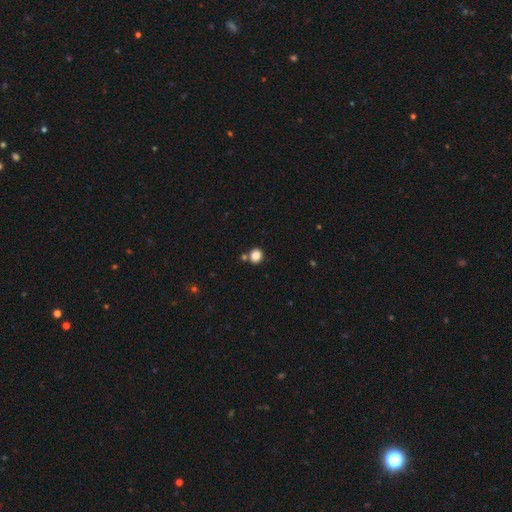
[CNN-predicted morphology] type=smooth (85%); roundness=round (81%); merging=none (75%).